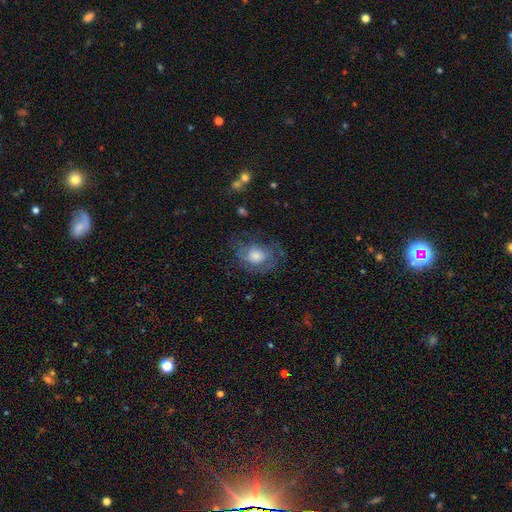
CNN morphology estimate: Smooth or featured?
  - smooth: 46% *
  - featured or disk: 44%
  - star or artifact: 10%
Merging?
  - none: 59% *
  - minor disturbance: 23%
  - major disturbance: 16%
  - merger: 2%